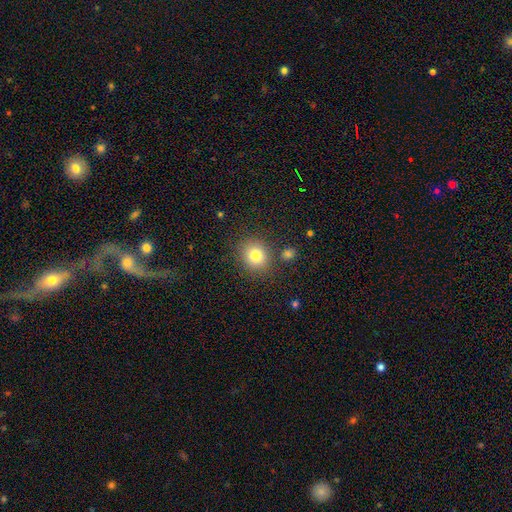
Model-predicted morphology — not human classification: A smooth galaxy with no disk features (80%) that is round (78%).

Vote fractions:
- Smooth or featured? smooth: 80% / star or artifact: 11% / featured or disk: 8%
- How rounded? round: 78% / in between: 21% / cigar-shaped: 1%
- Merging? none: 82% / minor disturbance: 10% / merger: 5% / major disturbance: 3%